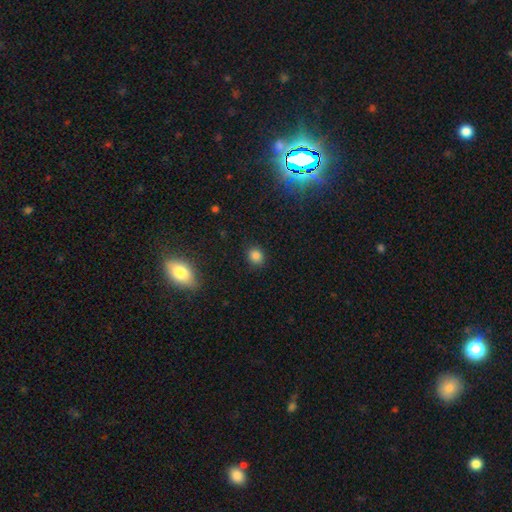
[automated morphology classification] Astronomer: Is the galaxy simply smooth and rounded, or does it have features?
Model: smooth — 82%.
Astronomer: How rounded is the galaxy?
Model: round — 72%.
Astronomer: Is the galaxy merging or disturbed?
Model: none — 89%.